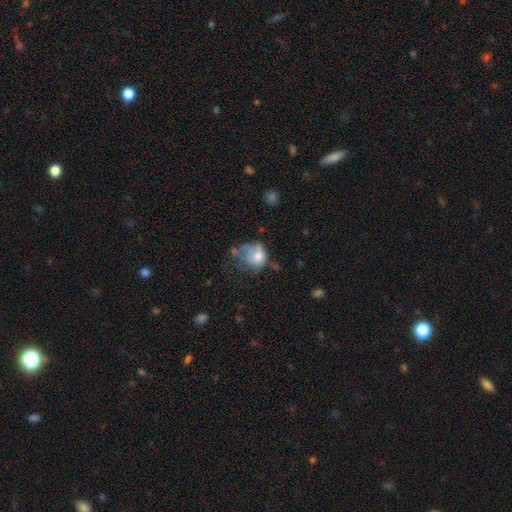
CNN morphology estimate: Q: Smooth or featured?
A: smooth (61%); runner-up: featured or disk (28%)
Q: How rounded?
A: round (60%); runner-up: in between (39%)
Q: Merging?
A: major disturbance (35%); runner-up: none (26%)